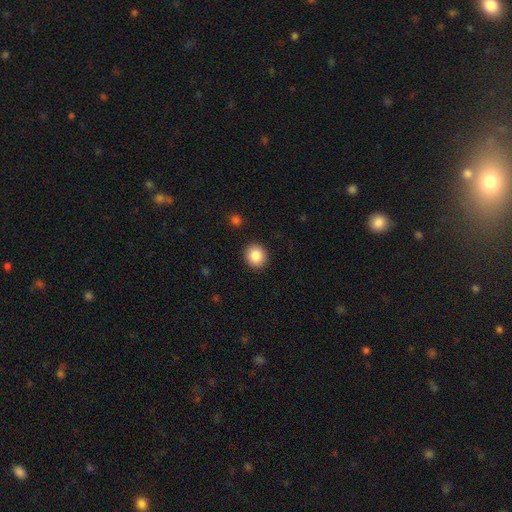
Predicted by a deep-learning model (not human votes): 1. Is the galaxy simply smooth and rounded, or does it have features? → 87% smooth, 8% star or artifact, 5% featured or disk.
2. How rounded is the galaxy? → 83% round, 16% in between, 1% cigar-shaped.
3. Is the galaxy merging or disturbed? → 91% none, 6% minor disturbance, 2% major disturbance, 1% merger.